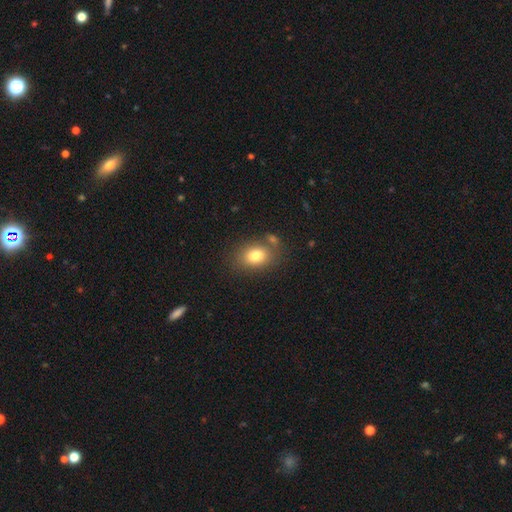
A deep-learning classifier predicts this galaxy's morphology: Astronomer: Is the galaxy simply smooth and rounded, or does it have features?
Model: smooth — 79%.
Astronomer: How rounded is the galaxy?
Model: in between — 71%.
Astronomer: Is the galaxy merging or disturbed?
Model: none — 70%.